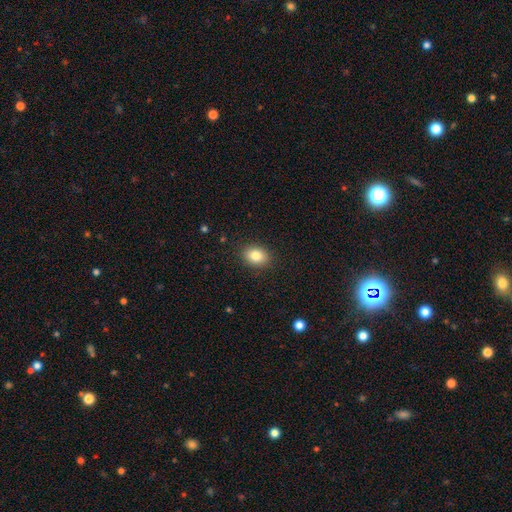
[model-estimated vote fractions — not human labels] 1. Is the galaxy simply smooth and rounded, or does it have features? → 83% smooth, 9% star or artifact, 8% featured or disk.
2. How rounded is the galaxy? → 63% in between, 36% round, 1% cigar-shaped.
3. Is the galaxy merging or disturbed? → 89% none, 8% minor disturbance, 2% major disturbance, 1% merger.